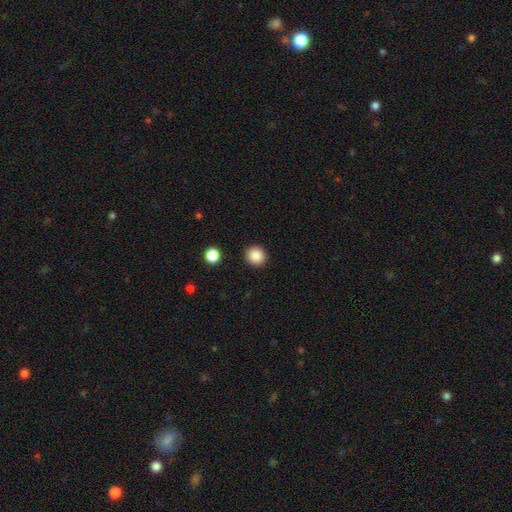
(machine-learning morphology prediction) A smooth galaxy with no disk features (87%) that is round (92%). Merging: none (92%).